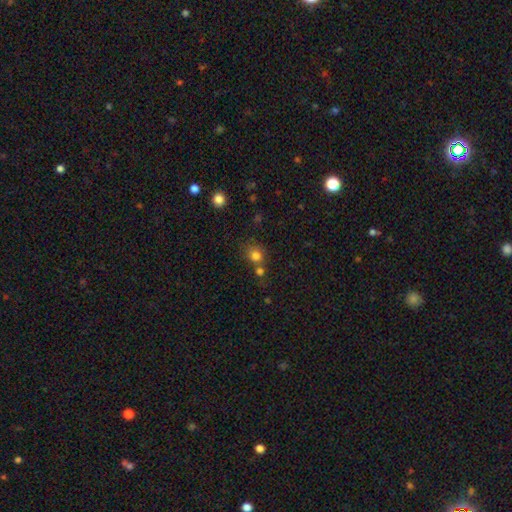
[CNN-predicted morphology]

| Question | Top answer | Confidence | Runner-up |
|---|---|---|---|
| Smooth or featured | smooth | 79% | star or artifact (13%) |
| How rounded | round | 77% | in between (22%) |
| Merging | none | 55% | merger (28%) |